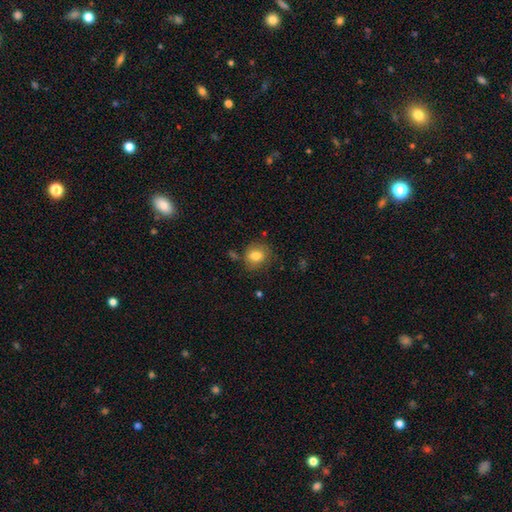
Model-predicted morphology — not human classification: This is likely a smooth galaxy (78%). How rounded: likely round (66%). Merging: likely none (72%).